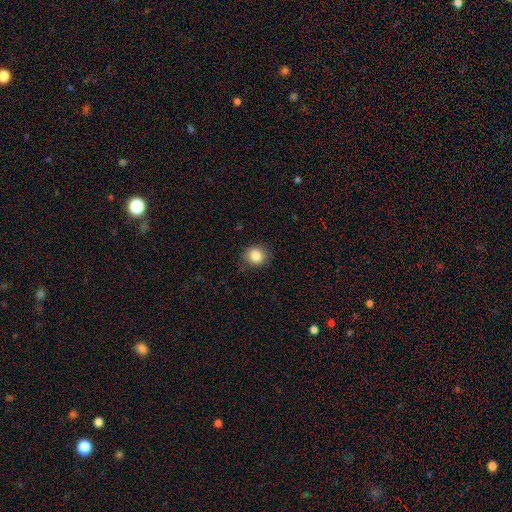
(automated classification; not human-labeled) smooth-or-featured: smooth: 85% | star or artifact: 10% | featured or disk: 5%
  how-rounded: round: 85% | in between: 14% | cigar-shaped: 1%
  merging: none: 85% | minor disturbance: 12% | major disturbance: 3% | merger: 1%